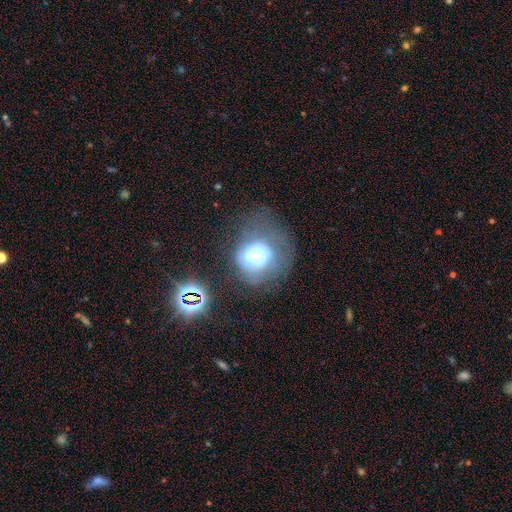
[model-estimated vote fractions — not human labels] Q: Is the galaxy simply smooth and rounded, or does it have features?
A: smooth — 45%.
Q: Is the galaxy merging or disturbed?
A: major disturbance — 39%.